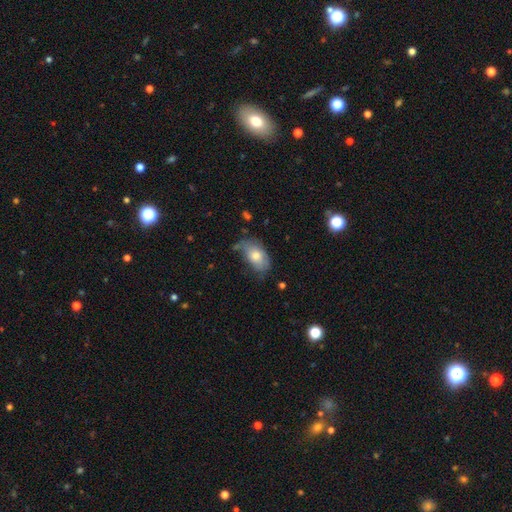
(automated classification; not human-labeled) The model was most divided on "merging": none: 50%, minor disturbance: 34%, major disturbance: 12%, merger: 4%. More confident: how rounded — in between (91%); smooth or featured — smooth (69%).